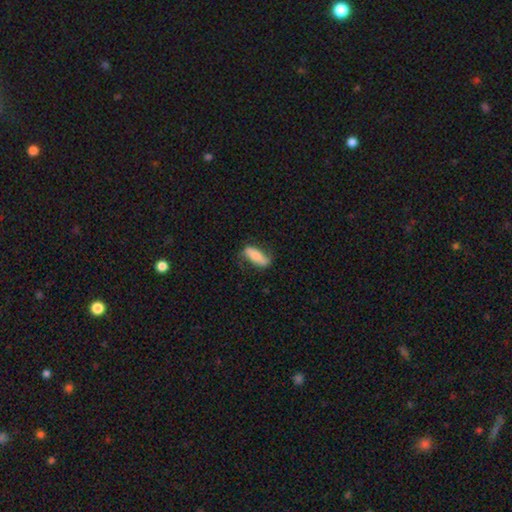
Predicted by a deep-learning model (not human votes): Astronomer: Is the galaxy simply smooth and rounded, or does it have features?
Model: smooth — 69%.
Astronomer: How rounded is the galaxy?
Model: in between — 62%.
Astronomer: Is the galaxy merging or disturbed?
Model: none — 64%.